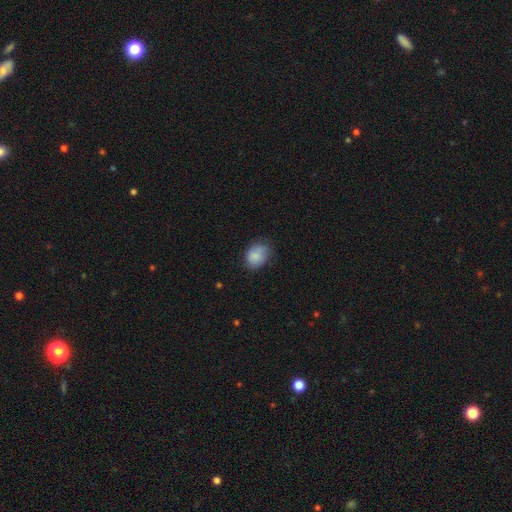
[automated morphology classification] smooth-or-featured: smooth: 83% | featured or disk: 9% | star or artifact: 8%
  how-rounded: in between: 60% | round: 39% | cigar-shaped: 1%
  merging: none: 65% | minor disturbance: 27% | major disturbance: 6% | merger: 2%